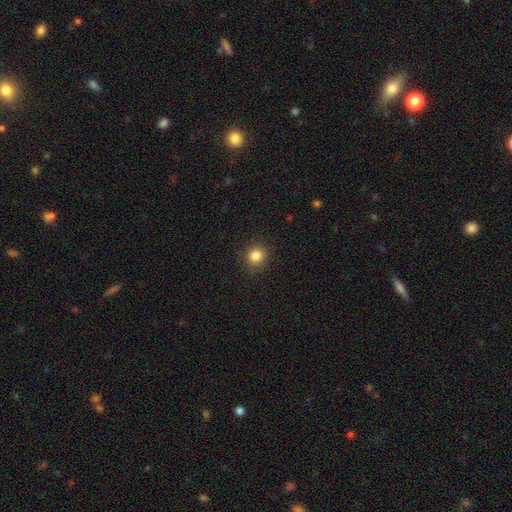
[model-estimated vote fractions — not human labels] This appears to be a smooth galaxy with no disk features (84%) that is round (87%). Merging: none (90%).